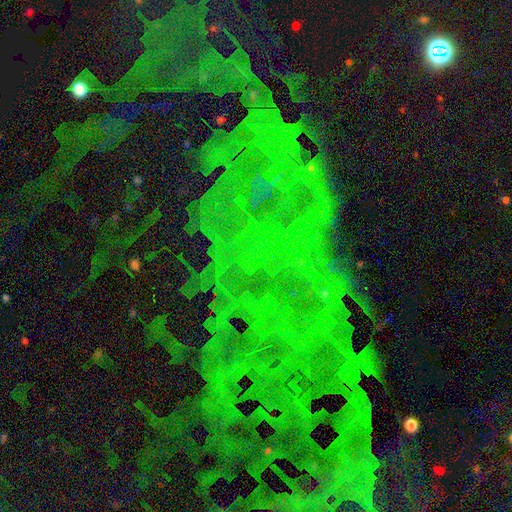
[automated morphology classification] A star or artifact, not a galaxy (79%).